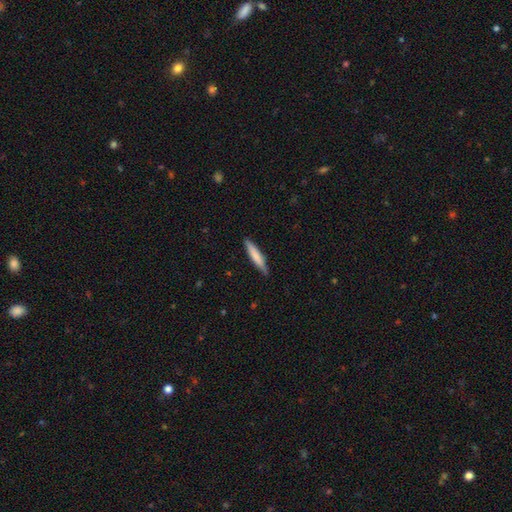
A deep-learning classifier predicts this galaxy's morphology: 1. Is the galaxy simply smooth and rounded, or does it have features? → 76% smooth, 19% featured or disk, 5% star or artifact.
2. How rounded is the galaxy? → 90% cigar-shaped, 9% in between, 1% round.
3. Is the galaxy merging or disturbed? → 87% none, 10% minor disturbance, 2% major disturbance, 1% merger.